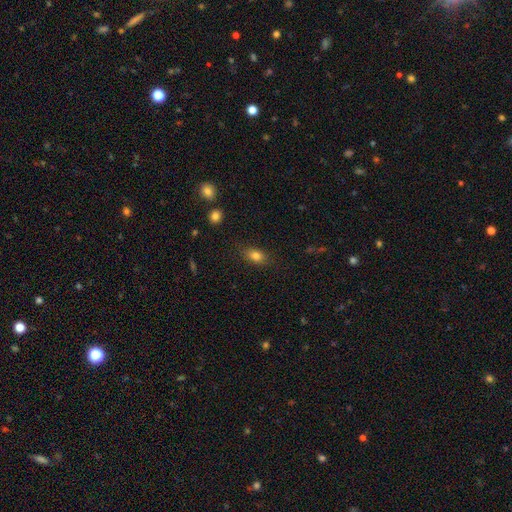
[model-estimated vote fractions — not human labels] A smooth galaxy with no disk features (83%) that is in between round and cigar-shaped (80%). Merging: none (83%).